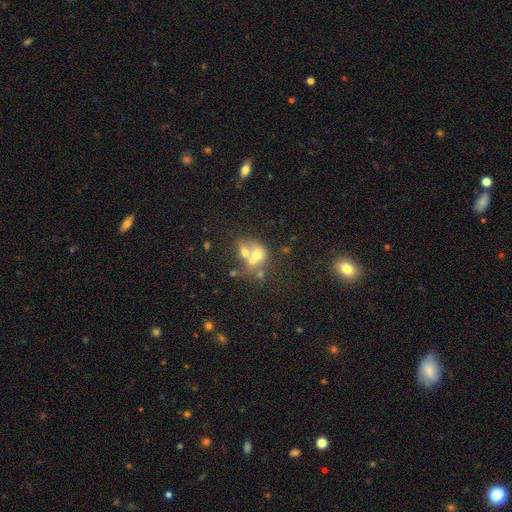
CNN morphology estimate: Smooth or featured? smooth (50%)
How rounded? round (56%)
Merging? merger (62%)